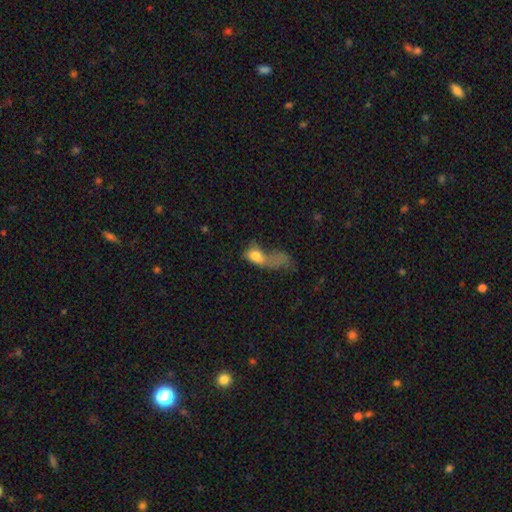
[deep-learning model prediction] Smooth or featured: smooth — 66% (featured or disk — 23%)
How rounded: in between — 78% (round — 14%)
Merging: major disturbance — 58% (merger — 21%)